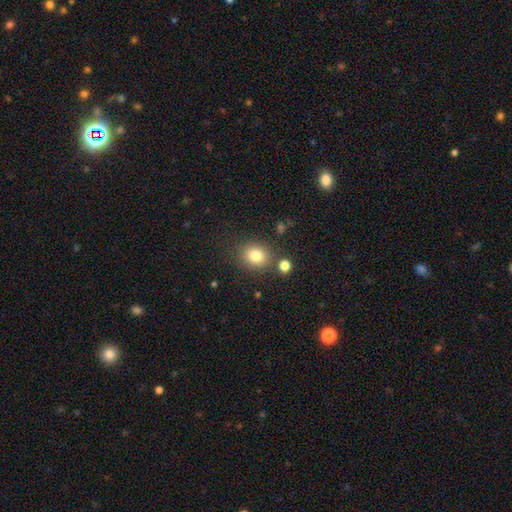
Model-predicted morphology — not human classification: This is clearly a smooth galaxy (81%). How rounded: likely round (70%). Merging: likely none (79%).